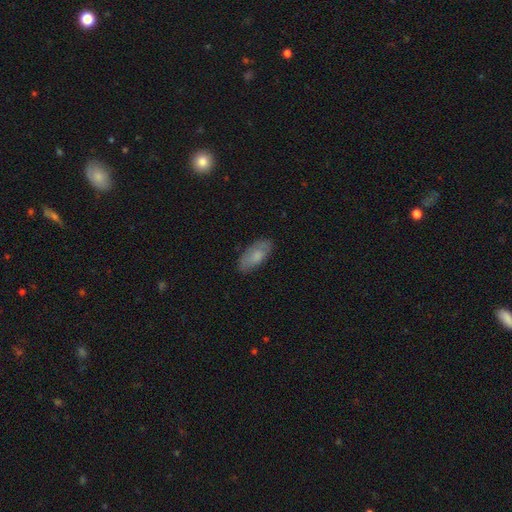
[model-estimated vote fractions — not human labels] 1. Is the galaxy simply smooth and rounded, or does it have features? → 73% smooth, 21% featured or disk, 7% star or artifact.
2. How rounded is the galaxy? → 87% in between, 11% cigar-shaped, 2% round.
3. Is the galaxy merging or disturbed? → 77% none, 17% minor disturbance, 4% major disturbance, 1% merger.